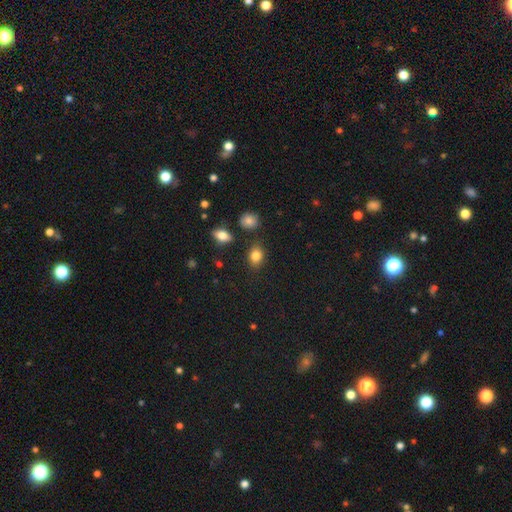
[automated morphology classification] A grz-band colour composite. It shows a smooth galaxy with no disk features (83%) that is in between round and cigar-shaped (69%). Merging: none (80%).